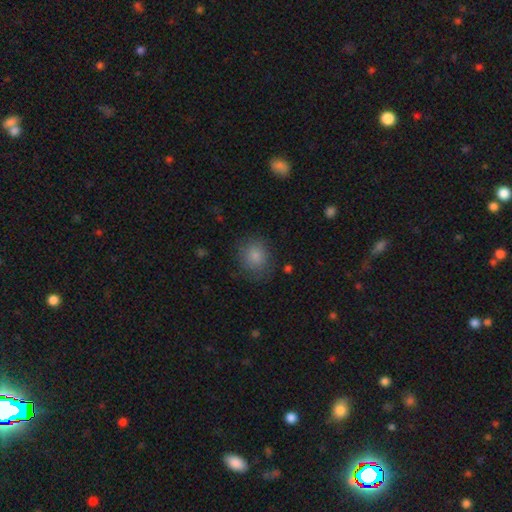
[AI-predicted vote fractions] smooth_or_featured: smooth (p=0.81) [alt: star or artifact p=0.12]
how_rounded: round (p=0.83) [alt: in between p=0.16]
merging: none (p=0.83) [alt: minor disturbance p=0.12]